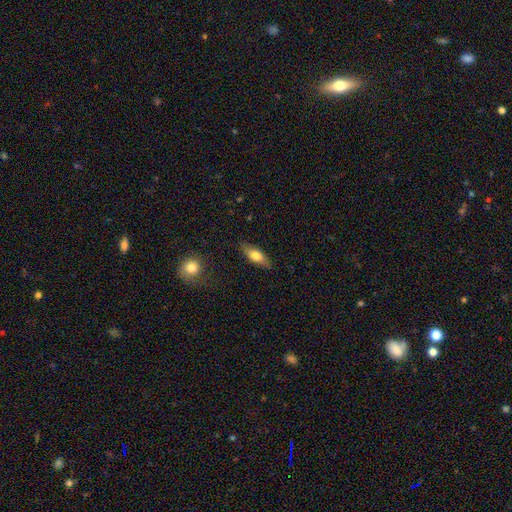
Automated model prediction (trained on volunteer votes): A smooth galaxy with no disk features (67%) that is in between round and cigar-shaped (65%).

Vote fractions:
- Smooth or featured? smooth: 67% / featured or disk: 26% / star or artifact: 7%
- How rounded? in between: 65% / cigar-shaped: 31% / round: 3%
- Merging? none: 83% / minor disturbance: 13% / major disturbance: 3% / merger: 1%